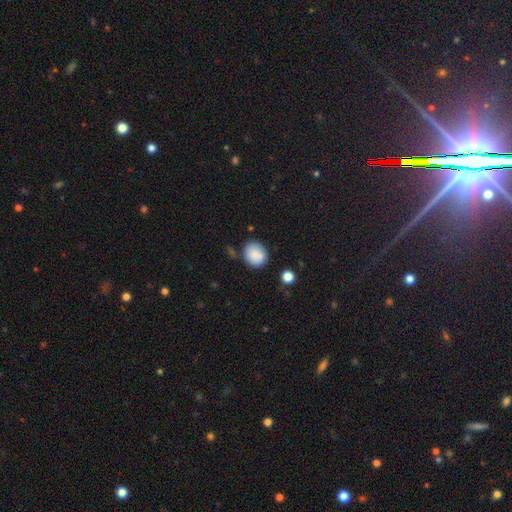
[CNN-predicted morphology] A smooth galaxy with no disk features (86%) that is round (62%). Merging: none (72%).